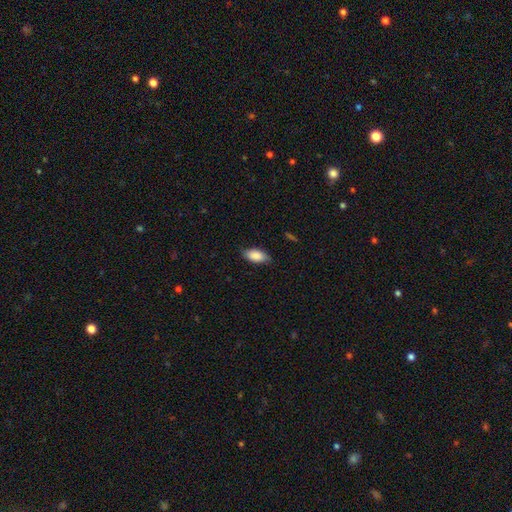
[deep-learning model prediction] This appears to be a smooth galaxy with no disk features (86%) that is in between round and cigar-shaped (91%). Merging: none (79%).